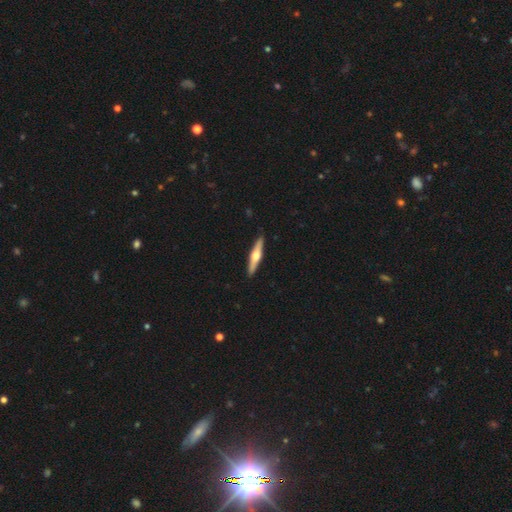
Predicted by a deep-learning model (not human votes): This is likely a featured or disk galaxy (63%). It is clearly viewed edge-on (97%). Edge-on bulge: clearly rounded (93%). Merging: clearly none (92%).